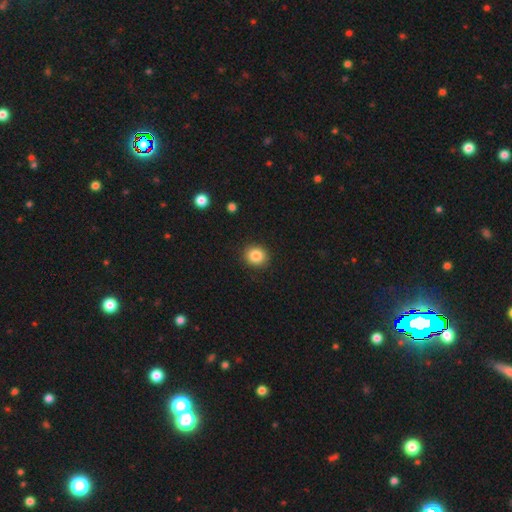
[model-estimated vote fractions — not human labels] smooth-or-featured: smooth: 85% | star or artifact: 10% | featured or disk: 5%
  how-rounded: round: 80% | in between: 19% | cigar-shaped: 1%
  merging: none: 91% | minor disturbance: 6% | major disturbance: 2% | merger: 1%